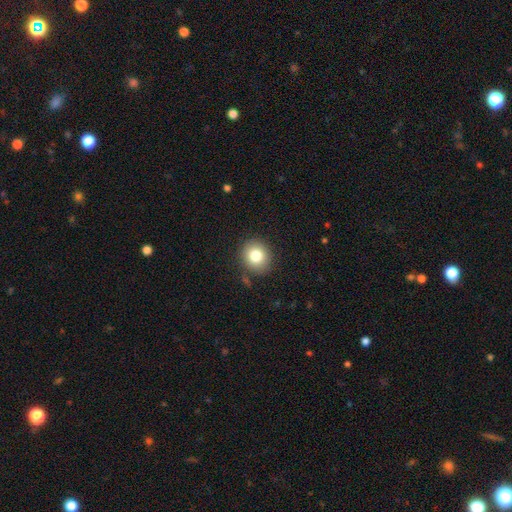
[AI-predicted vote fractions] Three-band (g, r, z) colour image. It shows a smooth galaxy with no disk features (80%) that is round (81%). Merging: none (86%).